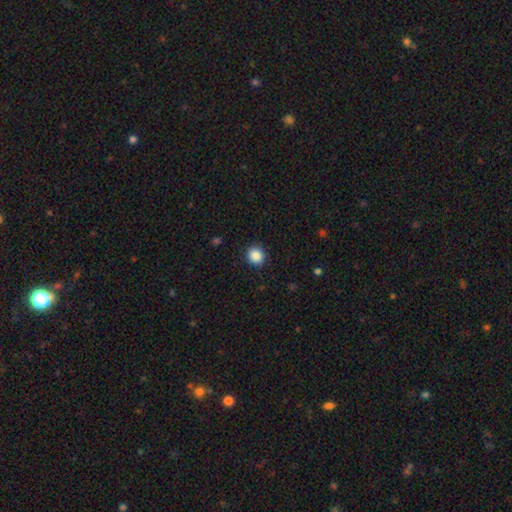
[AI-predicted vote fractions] The model was most divided on "how rounded": round: 82%, in between: 17%, cigar-shaped: 1%. More confident: merging — none (90%); smooth or featured — smooth (88%).